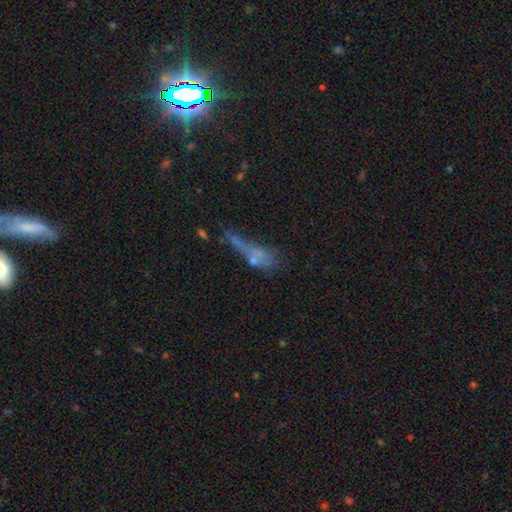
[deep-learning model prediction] A smooth galaxy with no disk features (45%).

Vote fractions:
- Smooth or featured? smooth: 45% / featured or disk: 36% / star or artifact: 19%
- Merging? major disturbance: 33% / merger: 30% / none: 22% / minor disturbance: 15%